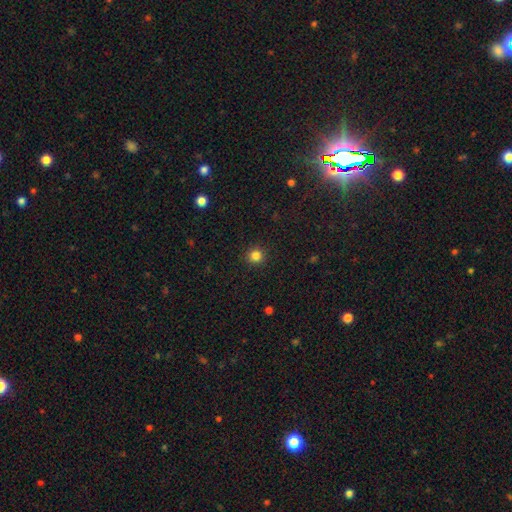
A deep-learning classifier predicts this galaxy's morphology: Smooth or featured? Predicted: smooth (p=0.83). How rounded? Predicted: round (p=0.94). Merging? Predicted: none (p=0.92).